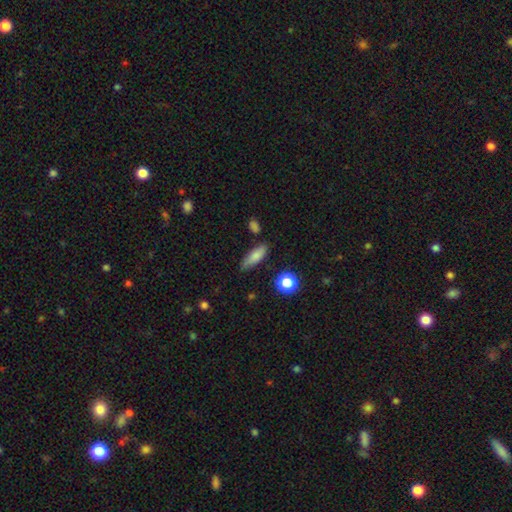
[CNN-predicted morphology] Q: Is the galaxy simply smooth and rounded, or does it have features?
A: smooth — 78%.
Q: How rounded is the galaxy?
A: in between — 58%.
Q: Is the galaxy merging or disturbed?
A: none — 72%.